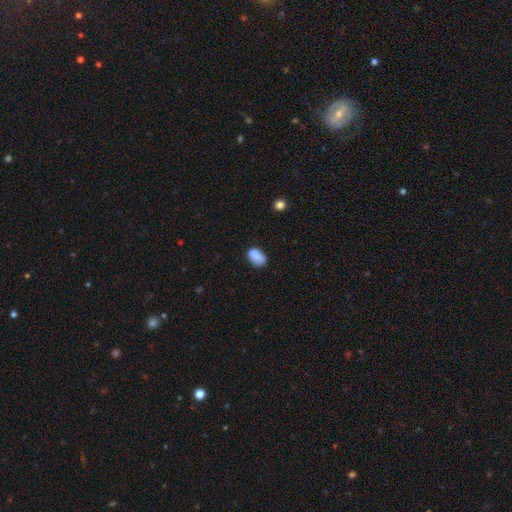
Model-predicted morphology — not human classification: Smooth or featured? smooth (84%)
How rounded? in between (88%)
Merging? none (66%)